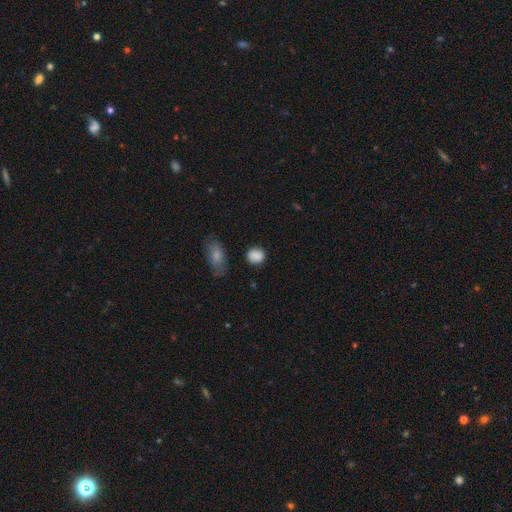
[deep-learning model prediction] Smooth or featured? smooth (87%)
How rounded? round (76%)
Merging? none (82%)